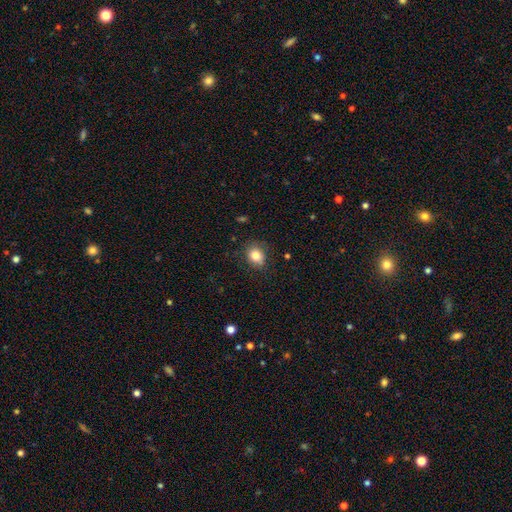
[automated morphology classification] This is clearly a smooth galaxy (83%). How rounded: possibly round (56%). Merging: likely none (78%).